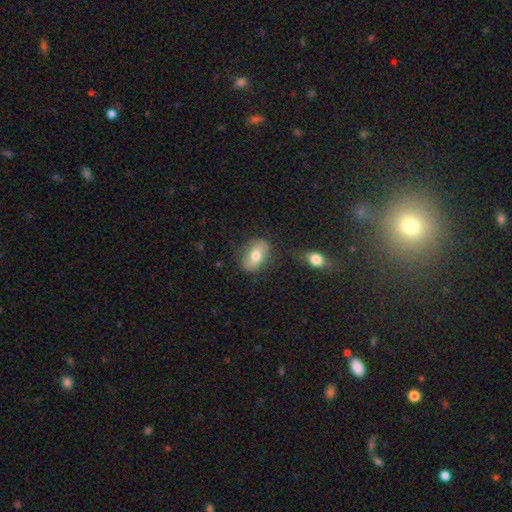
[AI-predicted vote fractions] Smooth or featured?
  - smooth: 61% *
  - featured or disk: 32%
  - star or artifact: 7%
How rounded?
  - in between: 85% *
  - round: 12%
  - cigar-shaped: 3%
Merging?
  - none: 74% *
  - minor disturbance: 17%
  - major disturbance: 5%
  - merger: 4%